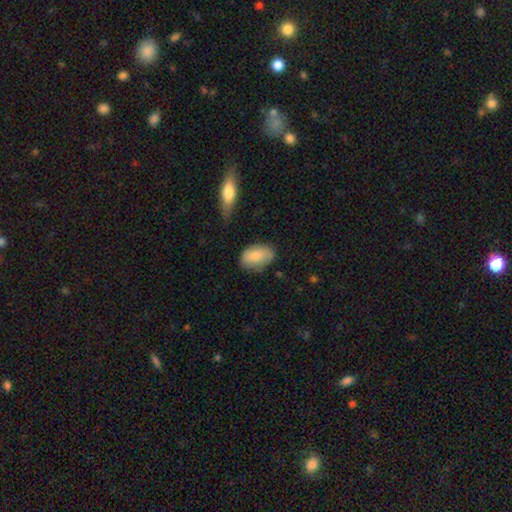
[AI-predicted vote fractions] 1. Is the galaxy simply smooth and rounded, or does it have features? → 83% smooth, 11% featured or disk, 6% star or artifact.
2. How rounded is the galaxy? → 91% in between, 7% round, 2% cigar-shaped.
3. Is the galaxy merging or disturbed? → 65% none, 27% minor disturbance, 6% major disturbance, 3% merger.